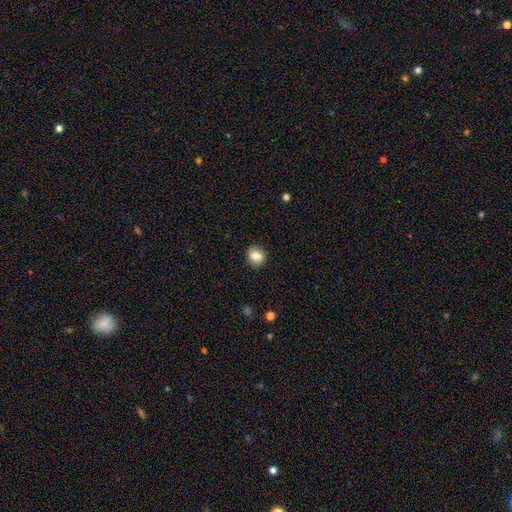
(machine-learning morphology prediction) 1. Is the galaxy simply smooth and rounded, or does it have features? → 77% smooth, 14% featured or disk, 9% star or artifact.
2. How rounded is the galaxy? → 76% round, 23% in between, 1% cigar-shaped.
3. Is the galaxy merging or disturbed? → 87% none, 9% minor disturbance, 2% major disturbance, 1% merger.